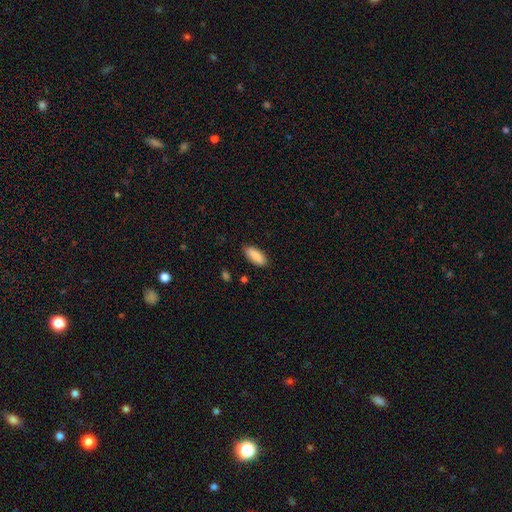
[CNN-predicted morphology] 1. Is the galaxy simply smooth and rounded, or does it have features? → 87% smooth, 7% featured or disk, 6% star or artifact.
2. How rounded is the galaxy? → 77% in between, 22% cigar-shaped, 2% round.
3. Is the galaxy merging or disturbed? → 86% none, 10% minor disturbance, 2% major disturbance, 1% merger.